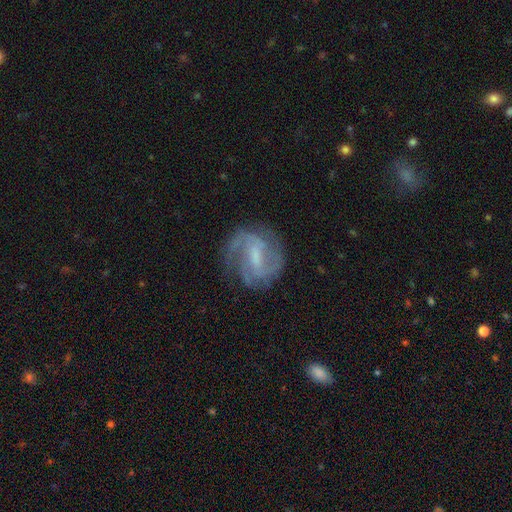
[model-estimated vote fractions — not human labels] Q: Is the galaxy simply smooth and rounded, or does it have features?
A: featured or disk — 81%.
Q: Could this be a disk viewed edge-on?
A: no — 97%.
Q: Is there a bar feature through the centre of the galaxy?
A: weak — 52%.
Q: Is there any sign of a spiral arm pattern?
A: yes — 94%.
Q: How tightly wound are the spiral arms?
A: medium — 47%.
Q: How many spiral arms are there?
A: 2 — 47%.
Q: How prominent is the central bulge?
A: small — 37%.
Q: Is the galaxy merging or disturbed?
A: none — 71%.